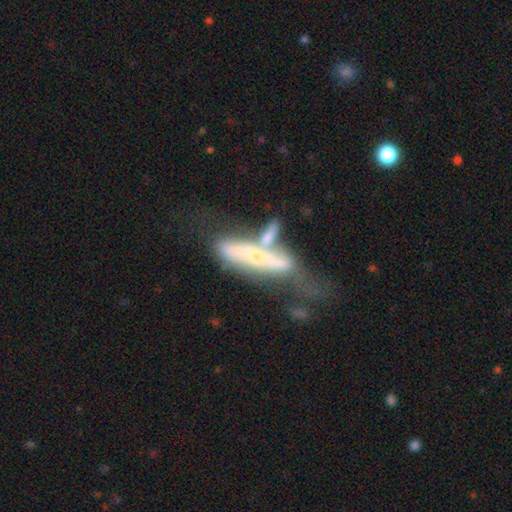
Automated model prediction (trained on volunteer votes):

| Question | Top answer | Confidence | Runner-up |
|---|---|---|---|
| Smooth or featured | featured or disk | 58% | smooth (34%) |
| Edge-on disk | no | 52% | yes (48%) |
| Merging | merger | 44% | none (20%) |